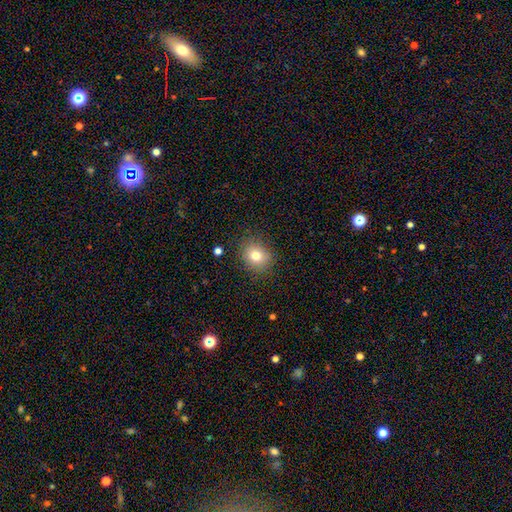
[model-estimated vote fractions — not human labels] A smooth galaxy with no disk features (77%) that is round (69%).

Vote fractions:
- Smooth or featured? smooth: 77% / star or artifact: 12% / featured or disk: 11%
- How rounded? round: 69% / in between: 30% / cigar-shaped: 1%
- Merging? none: 85% / minor disturbance: 11% / major disturbance: 3% / merger: 1%